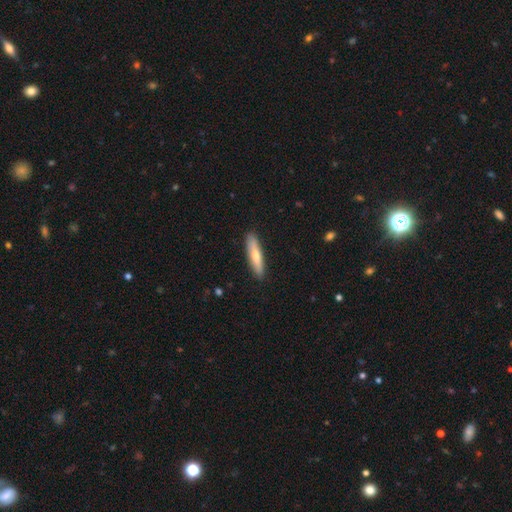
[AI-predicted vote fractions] This appears to be a smooth galaxy with no disk features (67%) that is cigar-shaped (83%). Merging: none (89%).